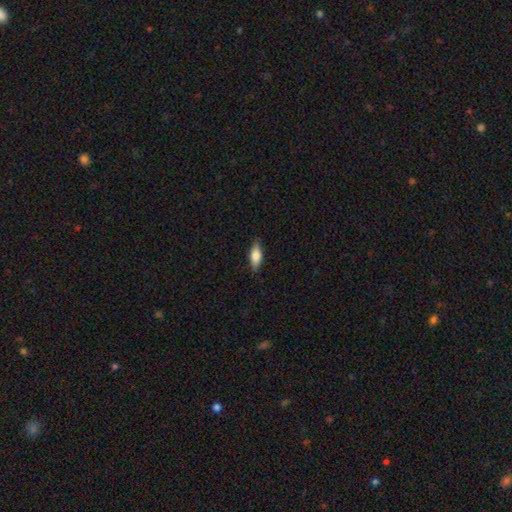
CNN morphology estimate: A smooth galaxy with no disk features (77%) that is in between round and cigar-shaped (74%). Merging: none (86%).